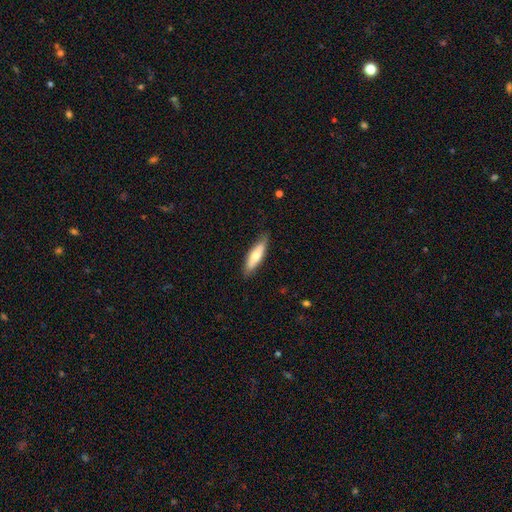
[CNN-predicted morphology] type=smooth (65%); roundness=cigar-shaped (62%); merging=none (84%).